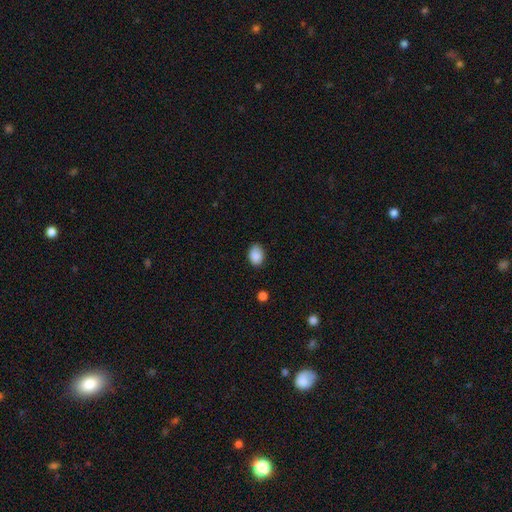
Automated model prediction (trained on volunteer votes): smooth-or-featured: smooth: 88% | star or artifact: 8% | featured or disk: 3%
  how-rounded: in between: 72% | round: 27% | cigar-shaped: 1%
  merging: none: 80% | minor disturbance: 16% | major disturbance: 3% | merger: 1%